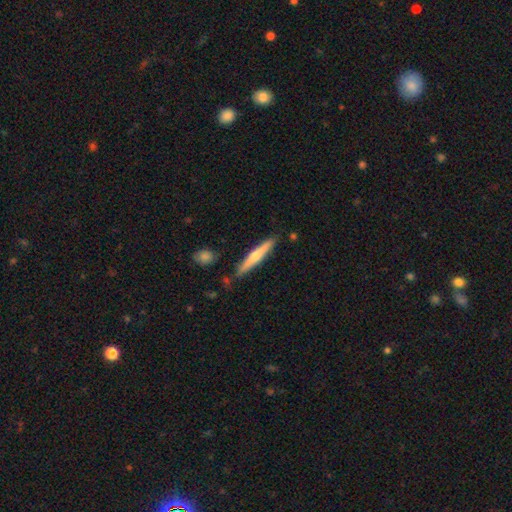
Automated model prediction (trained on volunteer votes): Smooth or featured? Predicted: smooth (p=0.51). How rounded? Predicted: cigar-shaped (p=0.93). Merging? Predicted: none (p=0.84).